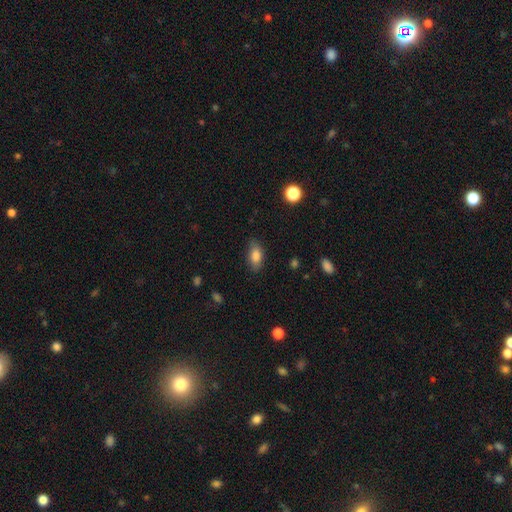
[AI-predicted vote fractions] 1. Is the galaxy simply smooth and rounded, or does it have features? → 83% smooth, 9% featured or disk, 8% star or artifact.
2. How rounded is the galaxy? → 87% in between, 7% round, 6% cigar-shaped.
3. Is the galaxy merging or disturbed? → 79% none, 16% minor disturbance, 4% major disturbance, 1% merger.